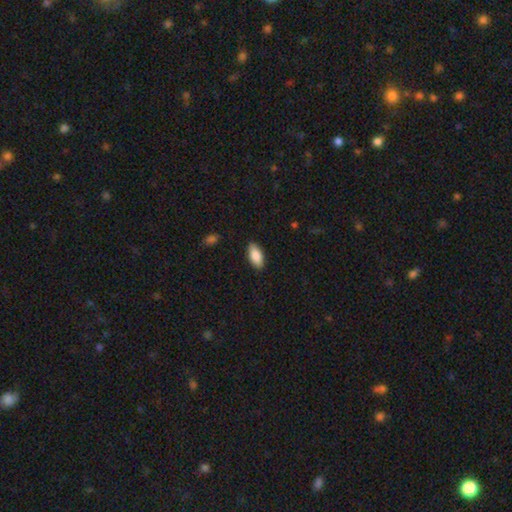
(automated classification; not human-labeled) This is clearly a smooth galaxy (88%). How rounded: clearly in between (91%). Merging: clearly none (88%).